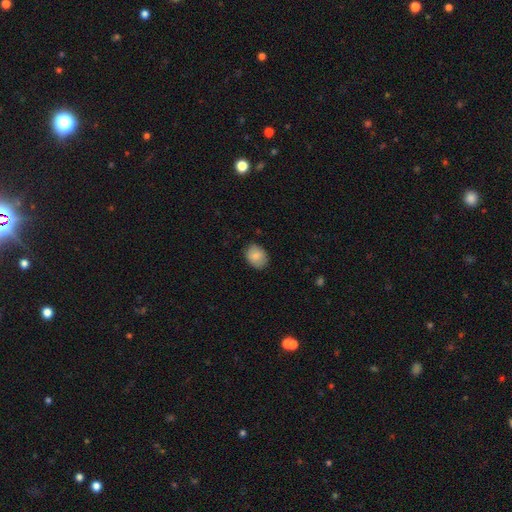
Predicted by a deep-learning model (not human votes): smooth-or-featured: smooth: 85% | featured or disk: 7% | star or artifact: 7%
  how-rounded: in between: 61% | round: 38% | cigar-shaped: 1%
  merging: none: 83% | minor disturbance: 13% | major disturbance: 3% | merger: 1%